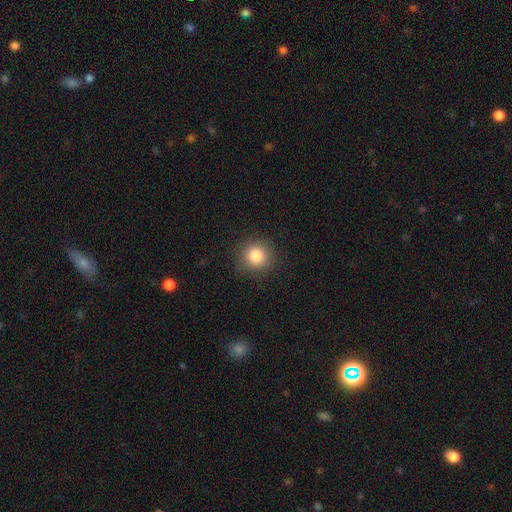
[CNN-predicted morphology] A smooth galaxy with no disk features (85%) that is round (94%).

Vote fractions:
- Smooth or featured? smooth: 85% / star or artifact: 10% / featured or disk: 5%
- How rounded? round: 94% / in between: 5% / cigar-shaped: 1%
- Merging? none: 89% / minor disturbance: 7% / major disturbance: 3% / merger: 1%